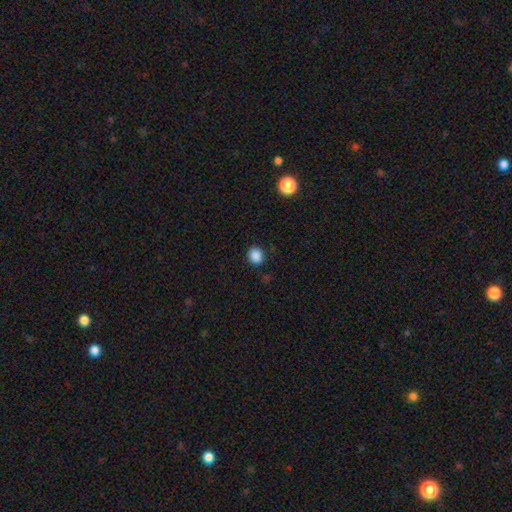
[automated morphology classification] Smooth or featured? Predicted: smooth (p=0.87). How rounded? Predicted: round (p=0.72). Merging? Predicted: none (p=0.88).